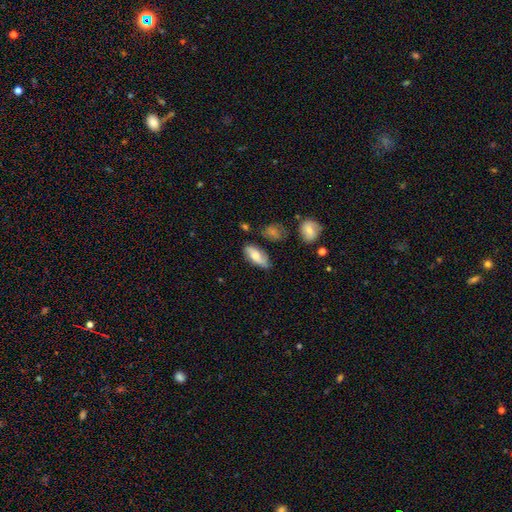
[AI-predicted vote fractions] Morphology: type=smooth (69%); roundness=in between (82%); merging=none (69%).